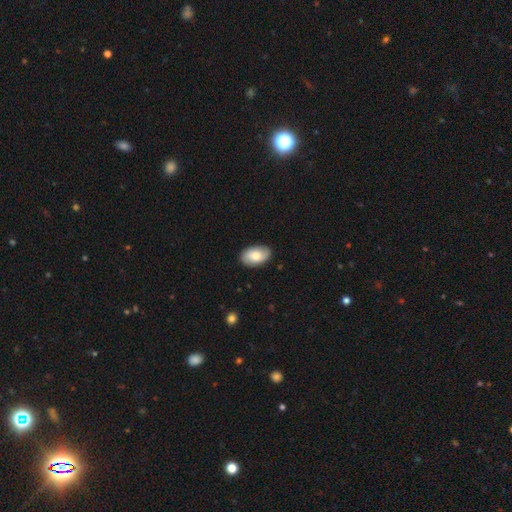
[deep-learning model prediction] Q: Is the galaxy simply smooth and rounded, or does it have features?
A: smooth — 72%.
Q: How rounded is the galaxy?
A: in between — 93%.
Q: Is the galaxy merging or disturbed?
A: none — 86%.